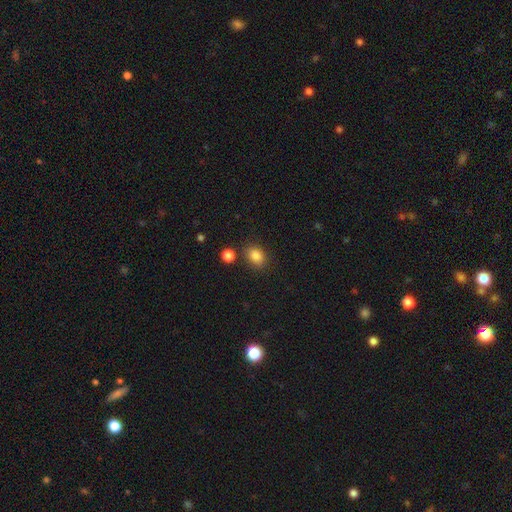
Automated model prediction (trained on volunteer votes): Q: Smooth or featured?
A: smooth (85%); runner-up: star or artifact (10%)
Q: How rounded?
A: in between (59%); runner-up: round (40%)
Q: Merging?
A: none (77%); runner-up: minor disturbance (12%)